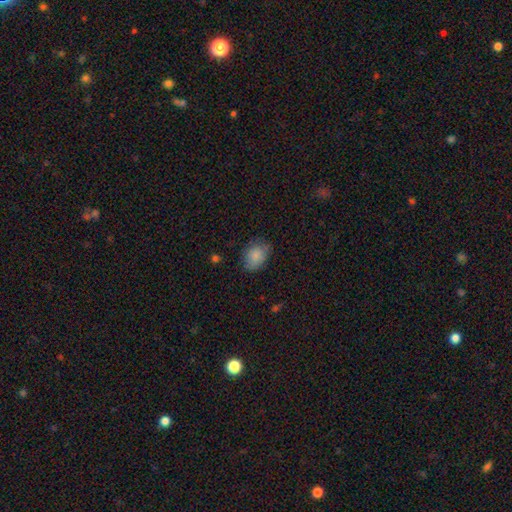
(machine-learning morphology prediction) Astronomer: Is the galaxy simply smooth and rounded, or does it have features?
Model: smooth — 86%.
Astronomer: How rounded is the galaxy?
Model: in between — 74%.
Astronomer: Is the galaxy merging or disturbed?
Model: none — 73%.